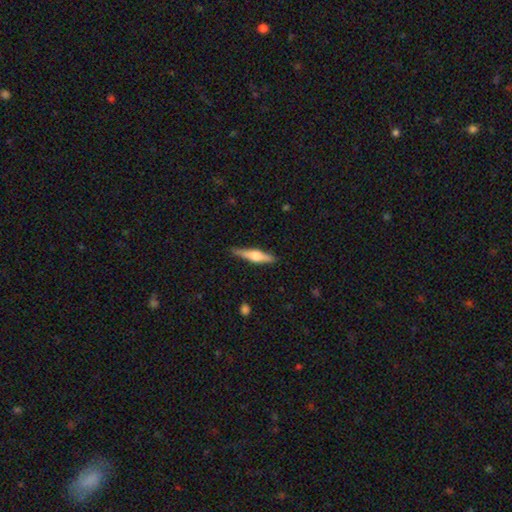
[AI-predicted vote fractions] A featured or disk galaxy (56%) viewed edge-on (96%) with a rounded central bulge (88%). Merging: none (85%).